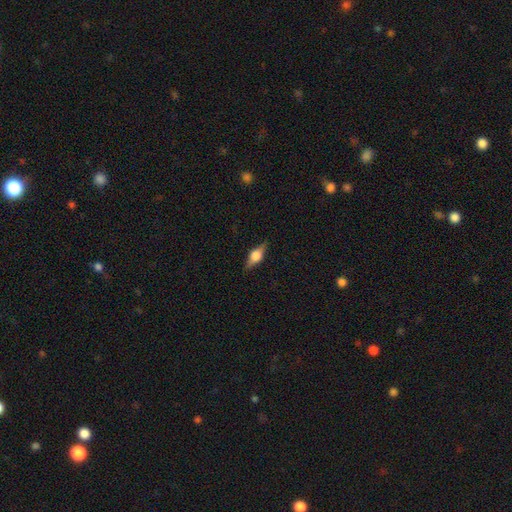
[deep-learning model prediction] Smooth or featured: featured or disk — 69% (smooth — 23%)
Edge-on disk: yes — 96% (no — 4%)
Edge-on bulge: rounded — 90% (boxy — 9%)
Merging: none — 86% (minor disturbance — 10%)